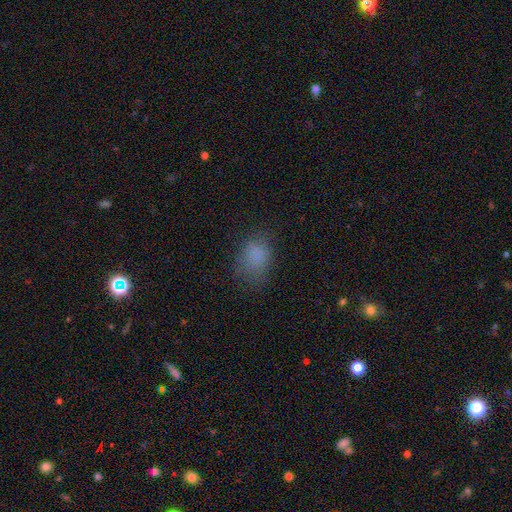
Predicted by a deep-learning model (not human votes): Smooth or featured?
  - smooth: 79% *
  - star or artifact: 14%
  - featured or disk: 8%
How rounded?
  - in between: 64% *
  - round: 35%
  - cigar-shaped: 1%
Merging?
  - none: 64% *
  - minor disturbance: 23%
  - major disturbance: 12%
  - merger: 1%